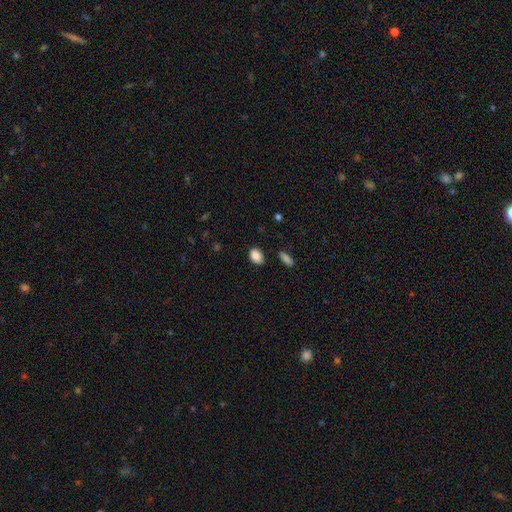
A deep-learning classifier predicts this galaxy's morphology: A smooth galaxy with no disk features (88%) that is in between round and cigar-shaped (82%). Merging: none (85%).